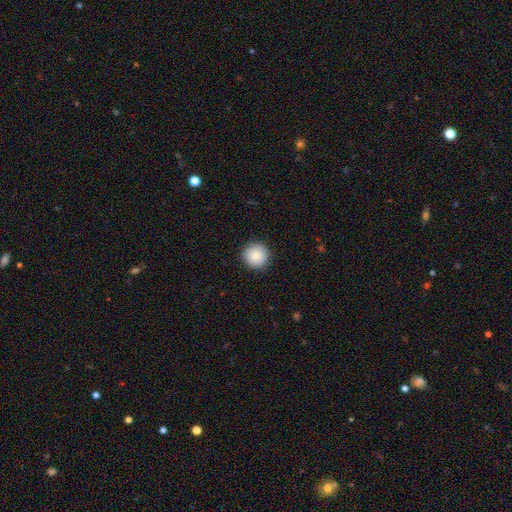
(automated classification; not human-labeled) Smooth or featured?
  - smooth: 86% *
  - star or artifact: 8%
  - featured or disk: 6%
How rounded?
  - round: 95% *
  - in between: 4%
  - cigar-shaped: 1%
Merging?
  - none: 90% *
  - minor disturbance: 7%
  - major disturbance: 2%
  - merger: 1%